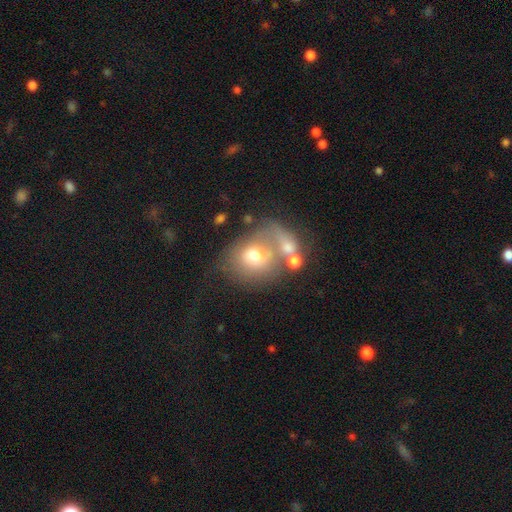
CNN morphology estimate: Smooth or featured? Predicted: smooth (p=0.61). How rounded? Predicted: round (p=0.59). Merging? Predicted: merger (p=0.36).